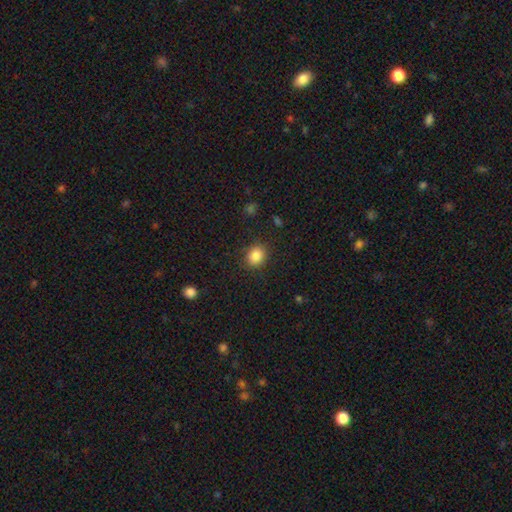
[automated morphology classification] type=smooth (86%); roundness=round (67%); merging=none (87%).